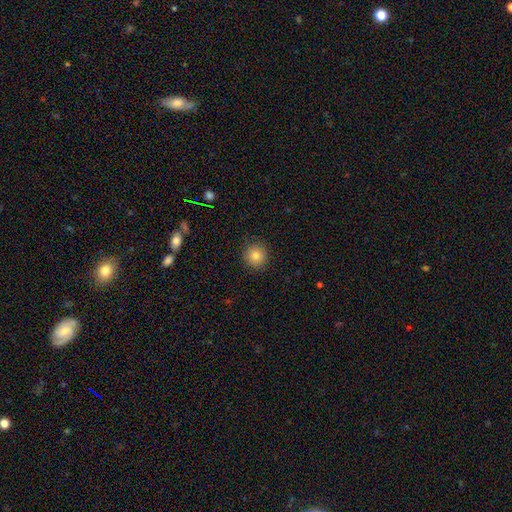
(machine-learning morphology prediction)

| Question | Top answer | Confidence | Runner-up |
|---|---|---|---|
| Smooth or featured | smooth | 82% | star or artifact (11%) |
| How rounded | round | 94% | in between (5%) |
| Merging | none | 90% | minor disturbance (7%) |